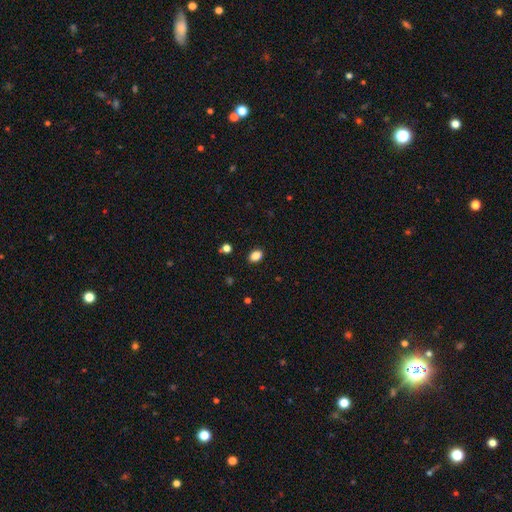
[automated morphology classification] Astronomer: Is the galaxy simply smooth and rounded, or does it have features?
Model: smooth — 85%.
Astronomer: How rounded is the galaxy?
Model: in between — 73%.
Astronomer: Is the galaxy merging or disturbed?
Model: none — 89%.